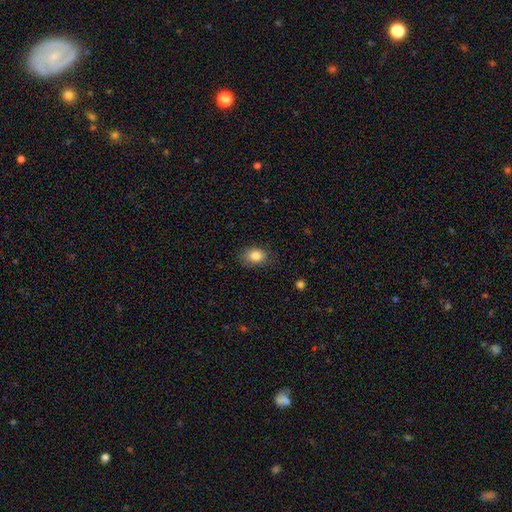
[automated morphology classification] The model was most divided on "how rounded": in between: 72%, round: 27%, cigar-shaped: 1%. More confident: smooth or featured — smooth (84%); merging — none (78%).